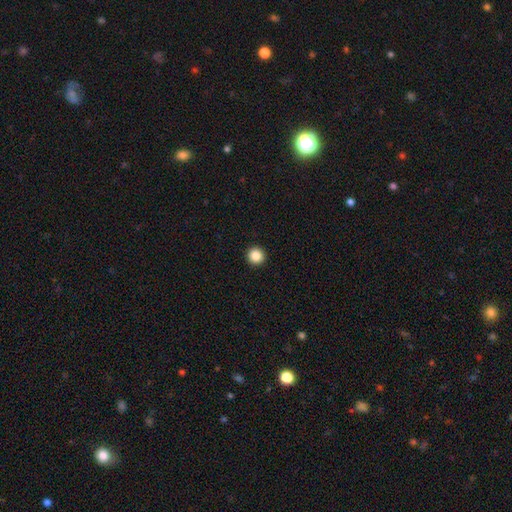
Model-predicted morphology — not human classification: A smooth galaxy with no disk features (87%) that is round (96%). Merging: none (94%).